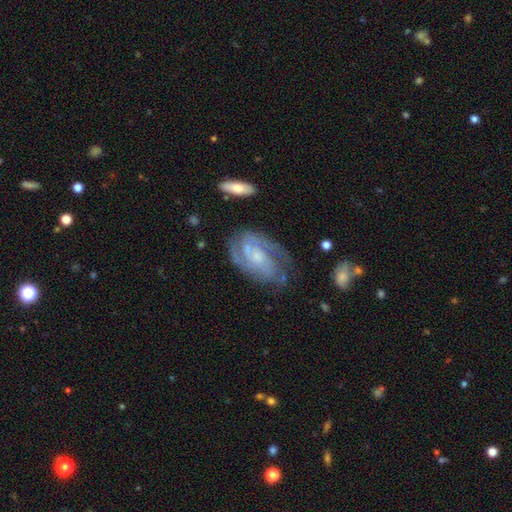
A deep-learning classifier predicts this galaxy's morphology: smooth-or-featured: featured or disk: 81% | smooth: 13% | star or artifact: 6%
  disk-edge-on: no: 96% | yes: 4%
    bar: no: 61% | weak: 33% | strong: 6%
    has-spiral-arms: yes: 92% | no: 8%
      spiral-winding: tight: 49% | medium: 40% | loose: 11%
      spiral-arm-count: 2: 45% | can't tell: 27% | 3: 16% | 1: 5% | 4: 4% | more than 4: 3%
    bulge-size: small: 53% | moderate: 31% | none: 11% | large: 4% | dominant: 1%
  merging: none: 64% | minor disturbance: 21% | major disturbance: 11% | merger: 3%